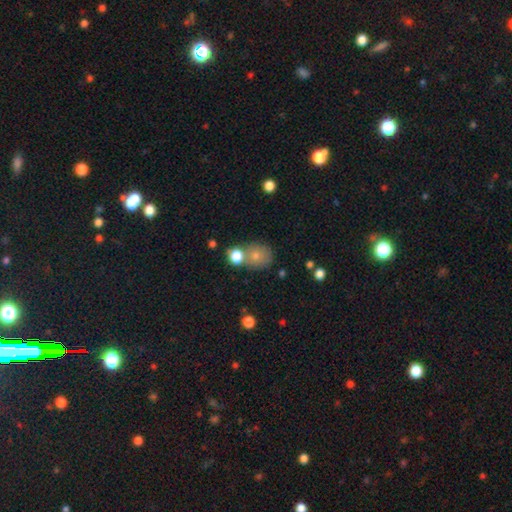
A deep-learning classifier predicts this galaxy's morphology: A smooth galaxy with no disk features (76%) that is round (76%).

Vote fractions:
- Smooth or featured? smooth: 76% / star or artifact: 12% / featured or disk: 12%
- How rounded? round: 76% / in between: 23% / cigar-shaped: 1%
- Merging? none: 55% / merger: 27% / minor disturbance: 13% / major disturbance: 5%